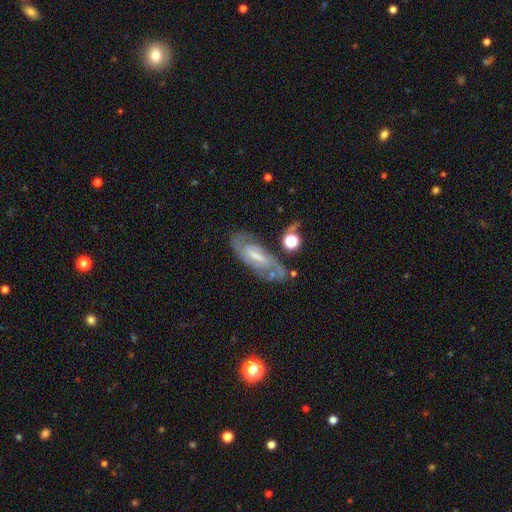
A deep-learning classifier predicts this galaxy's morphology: This is likely a featured or disk galaxy (74%). It is clearly not viewed edge-on (88%). Bar: possibly weak (50%). Spiral arm pattern: clearly yes (88%). Spiral arm count: likely 2 (60%). Spiral winding: marginally tight (44%). Central bulge: marginally small (45%). Merging: likely none (70%).